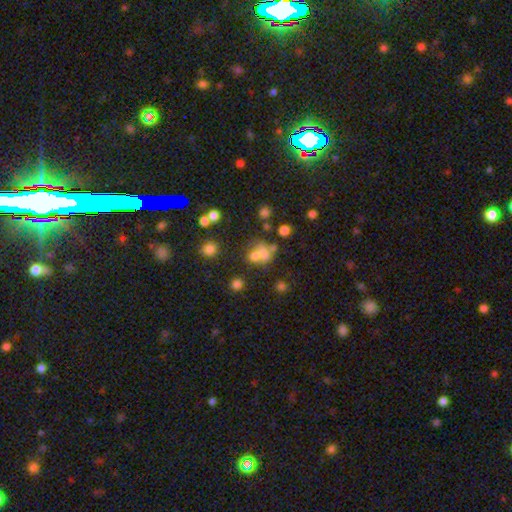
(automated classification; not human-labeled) A smooth galaxy with no disk features (60%) that is round (61%). Merging: merger (46%).